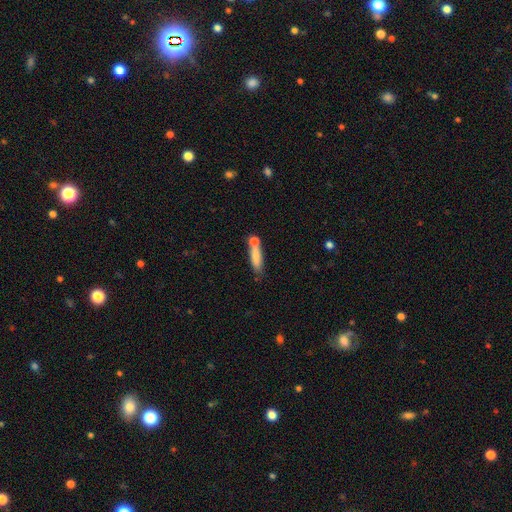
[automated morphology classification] smooth_or_featured: smooth (p=0.77) [alt: featured or disk p=0.16]
how_rounded: cigar-shaped (p=0.71) [alt: in between p=0.26]
merging: none (p=0.53) [alt: merger p=0.25]